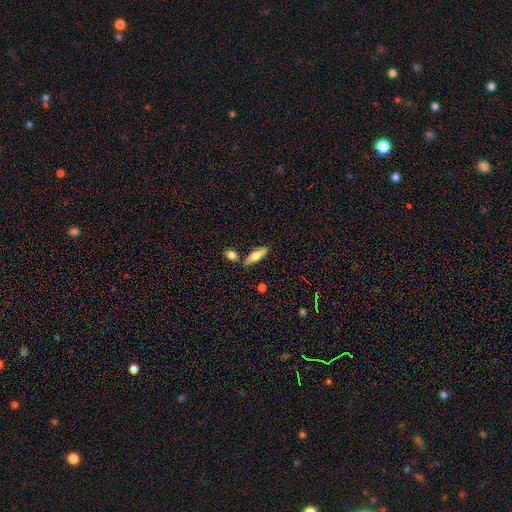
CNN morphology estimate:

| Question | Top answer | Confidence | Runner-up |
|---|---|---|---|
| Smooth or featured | smooth | 58% | featured or disk (36%) |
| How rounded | cigar-shaped | 54% | in between (42%) |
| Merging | none | 78% | minor disturbance (11%) |